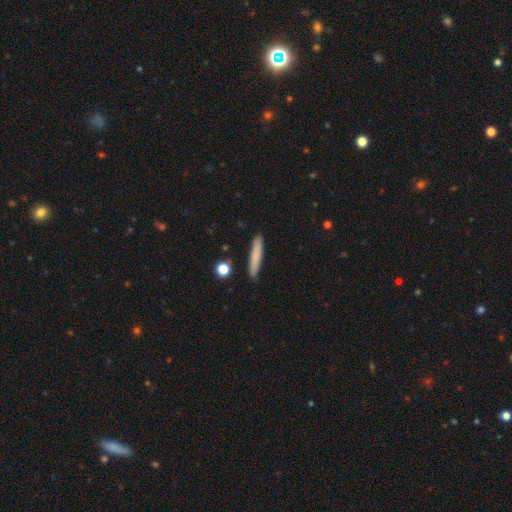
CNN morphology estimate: Smooth or featured? smooth (78%)
How rounded? cigar-shaped (93%)
Merging? none (88%)